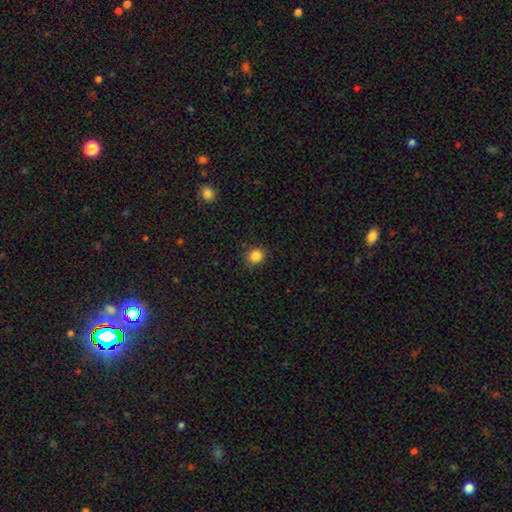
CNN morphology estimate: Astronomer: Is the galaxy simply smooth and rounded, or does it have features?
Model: smooth — 86%.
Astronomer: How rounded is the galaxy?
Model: round — 78%.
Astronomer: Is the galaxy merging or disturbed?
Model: none — 88%.